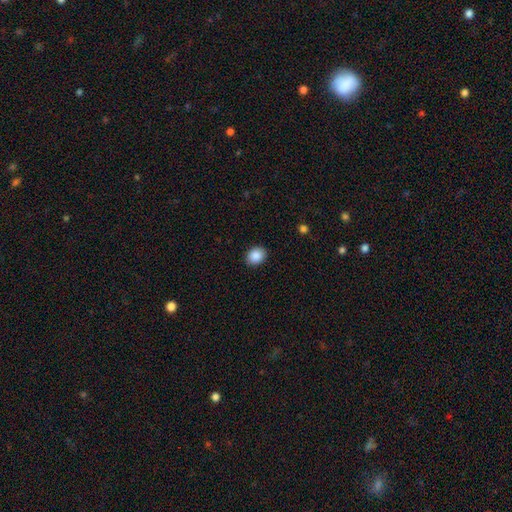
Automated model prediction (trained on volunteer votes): smooth-or-featured: smooth: 88% | star or artifact: 8% | featured or disk: 3%
  how-rounded: round: 55% | in between: 44% | cigar-shaped: 1%
  merging: none: 90% | minor disturbance: 7% | major disturbance: 2% | merger: 1%